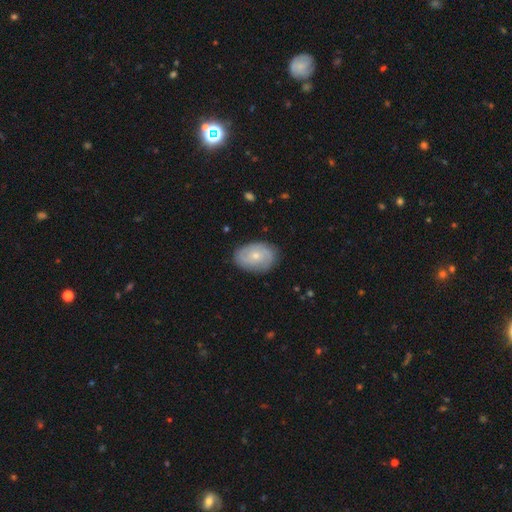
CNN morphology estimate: A featured or disk galaxy (56%) with no bar (76%), spiral arms (78%) and a small central bulge (60%). Merging: none (82%).